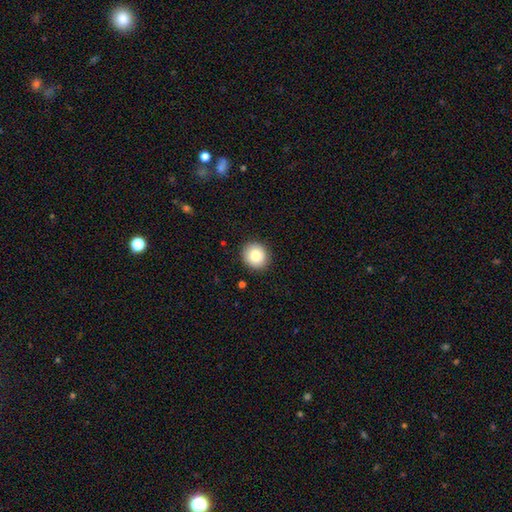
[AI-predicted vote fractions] A smooth galaxy with no disk features (83%) that is round (87%).

Vote fractions:
- Smooth or featured? smooth: 83% / star or artifact: 9% / featured or disk: 8%
- How rounded? round: 87% / in between: 12% / cigar-shaped: 1%
- Merging? none: 90% / minor disturbance: 7% / major disturbance: 2% / merger: 1%